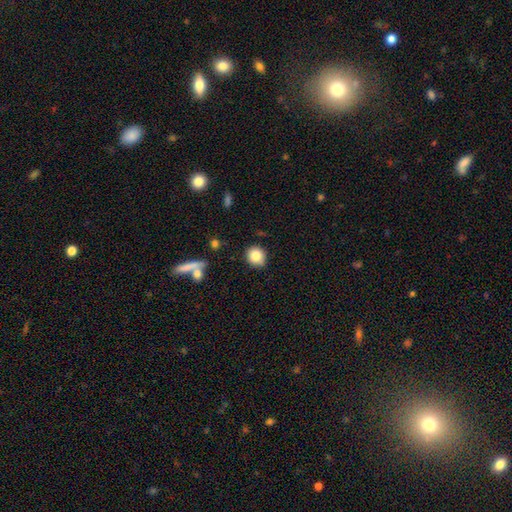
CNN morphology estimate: Smooth or featured: smooth — 83% (star or artifact — 10%)
How rounded: round — 82% (in between — 17%)
Merging: none — 85% (minor disturbance — 10%)